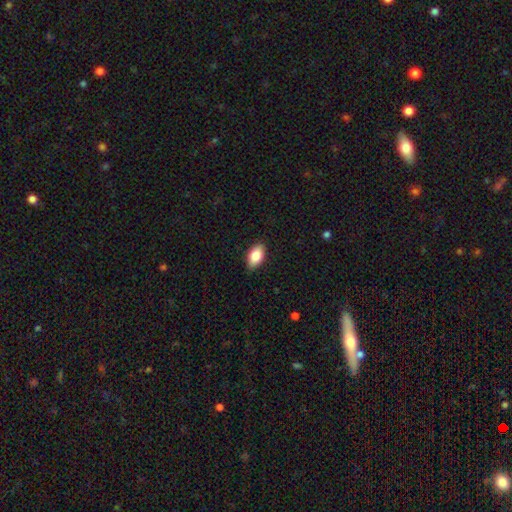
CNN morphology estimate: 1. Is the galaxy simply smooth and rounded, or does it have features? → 84% smooth, 9% featured or disk, 7% star or artifact.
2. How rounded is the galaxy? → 93% in between, 5% round, 3% cigar-shaped.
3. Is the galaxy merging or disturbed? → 87% none, 10% minor disturbance, 2% major disturbance, 1% merger.